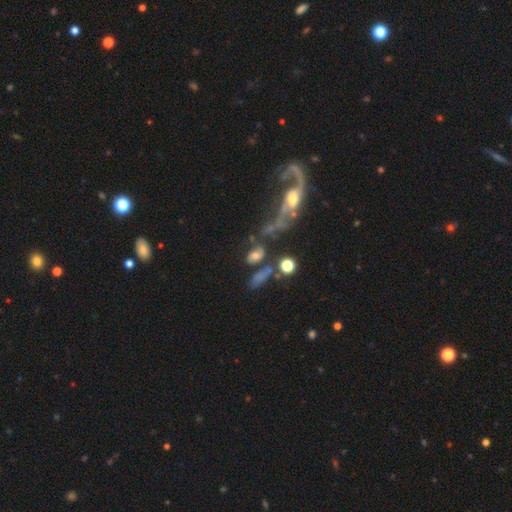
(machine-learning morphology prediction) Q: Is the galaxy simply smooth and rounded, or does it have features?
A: smooth — 57%.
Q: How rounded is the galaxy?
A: in between — 75%.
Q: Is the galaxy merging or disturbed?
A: none — 40%.